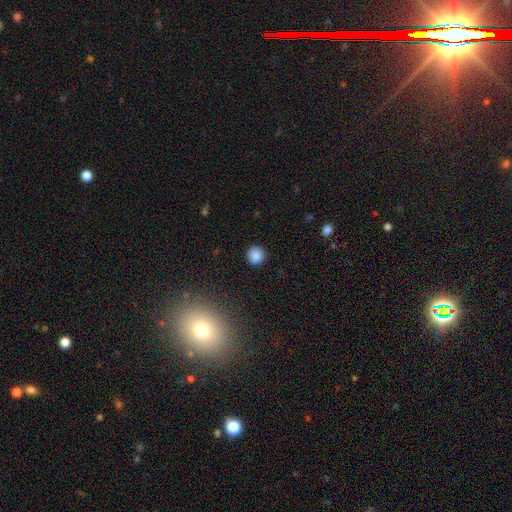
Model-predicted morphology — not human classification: Smooth or featured? Predicted: smooth (p=0.86). How rounded? Predicted: round (p=0.93). Merging? Predicted: none (p=0.90).